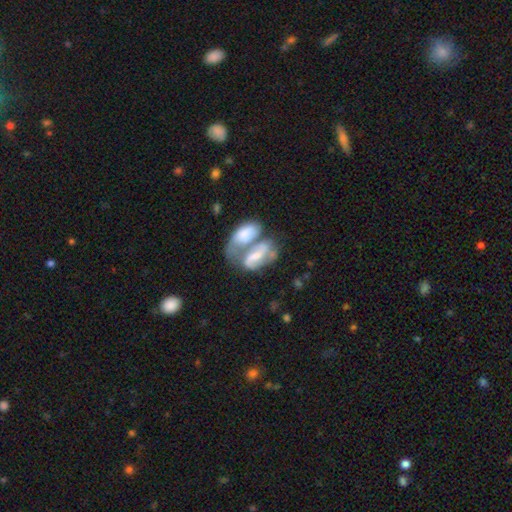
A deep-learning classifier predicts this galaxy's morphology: Smooth or featured? Predicted: featured or disk (p=0.54). Edge-on disk? Predicted: no (p=0.94). Bar? Predicted: no (p=0.40). Spiral arms? Predicted: yes (p=0.64). Bulge size? Predicted: small (p=0.34). Merging? Predicted: merger (p=0.67).